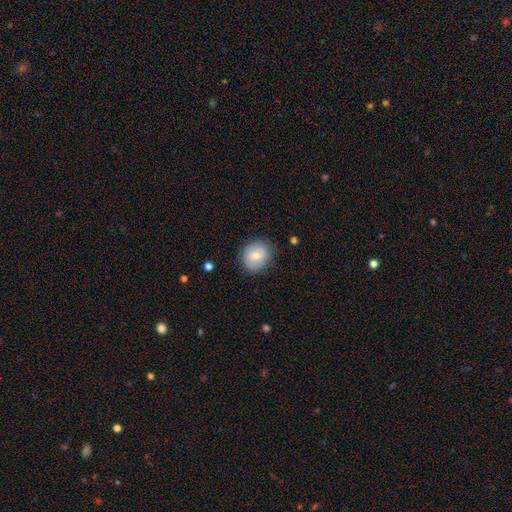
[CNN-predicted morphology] A smooth galaxy with no disk features (74%) that is round (74%).

Vote fractions:
- Smooth or featured? smooth: 74% / featured or disk: 18% / star or artifact: 8%
- How rounded? round: 74% / in between: 25% / cigar-shaped: 1%
- Merging? none: 84% / minor disturbance: 12% / major disturbance: 3% / merger: 1%